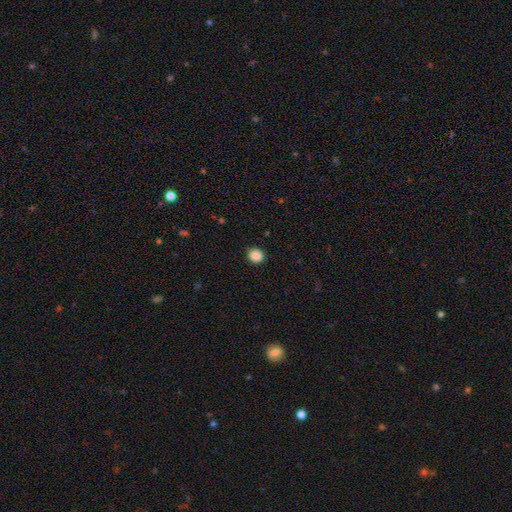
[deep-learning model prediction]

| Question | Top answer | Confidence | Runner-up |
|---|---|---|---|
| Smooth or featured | smooth | 88% | star or artifact (10%) |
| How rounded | round | 82% | in between (17%) |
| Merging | none | 88% | minor disturbance (9%) |